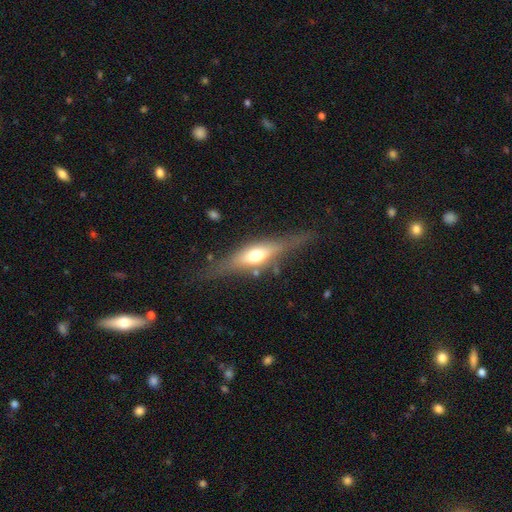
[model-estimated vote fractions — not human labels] Smooth or featured: featured or disk — 62% (smooth — 31%)
Edge-on disk: yes — 91% (no — 9%)
Edge-on bulge: rounded — 91% (boxy — 7%)
Merging: none — 75% (minor disturbance — 16%)